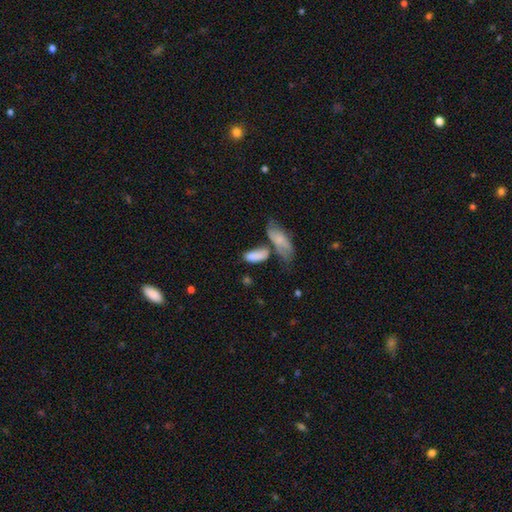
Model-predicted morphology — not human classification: Smooth or featured: smooth — 78% (featured or disk — 14%)
How rounded: in between — 84% (cigar-shaped — 12%)
Merging: merger — 37% (none — 33%)